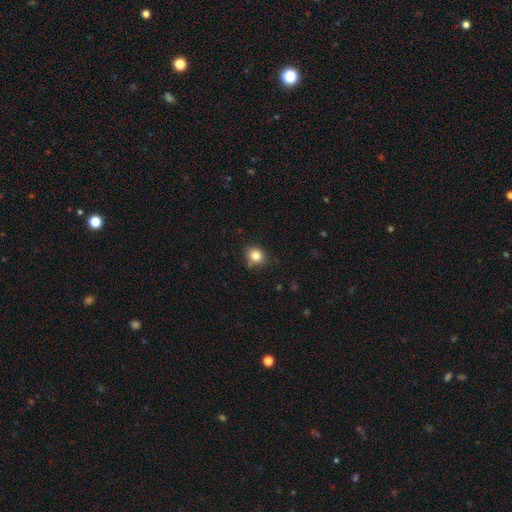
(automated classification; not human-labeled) smooth_or_featured: smooth (p=0.82) [alt: star or artifact p=0.12]
how_rounded: round (p=0.76) [alt: in between p=0.23]
merging: none (p=0.79) [alt: minor disturbance p=0.15]